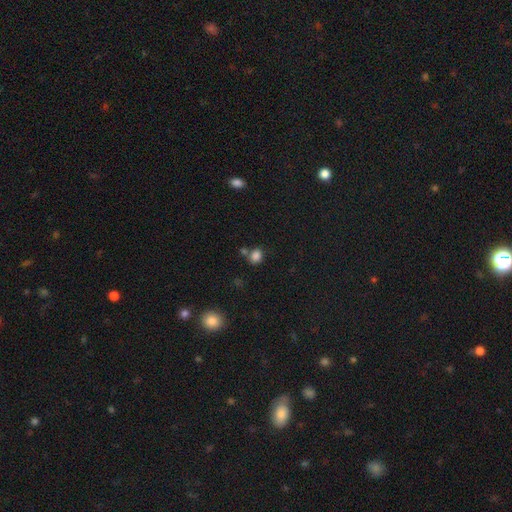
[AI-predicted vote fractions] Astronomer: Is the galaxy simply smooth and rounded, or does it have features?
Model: smooth — 82%.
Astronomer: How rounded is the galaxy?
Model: round — 55% (runner-up: in between, 44%).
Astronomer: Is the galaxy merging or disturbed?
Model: none — 59%.